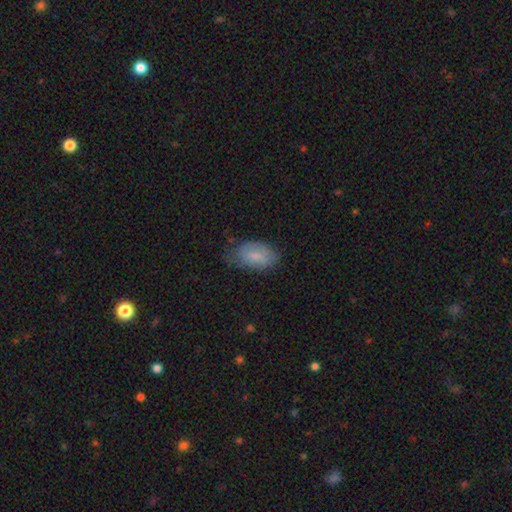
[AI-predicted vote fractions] A smooth galaxy with no disk features (75%) that is in between round and cigar-shaped (93%).

Vote fractions:
- Smooth or featured? smooth: 75% / featured or disk: 18% / star or artifact: 7%
- How rounded? in between: 93% / round: 5% / cigar-shaped: 2%
- Merging? none: 59% / minor disturbance: 31% / major disturbance: 8% / merger: 1%